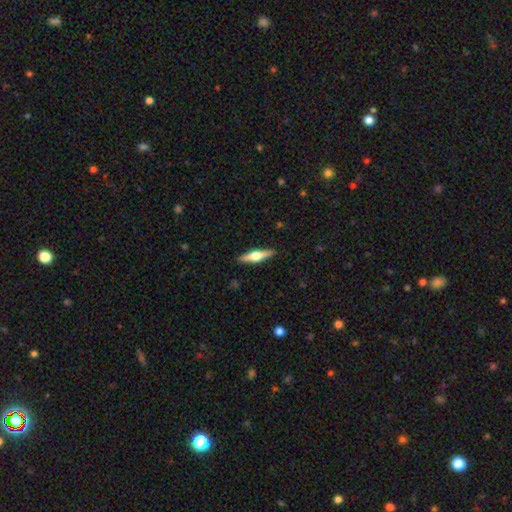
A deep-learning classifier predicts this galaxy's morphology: featured or disk 60%, smooth 35%, star or artifact 5%. Down the decision tree: edge-on disk — yes (96%); edge-on bulge — rounded (95%); merging — none (90%).